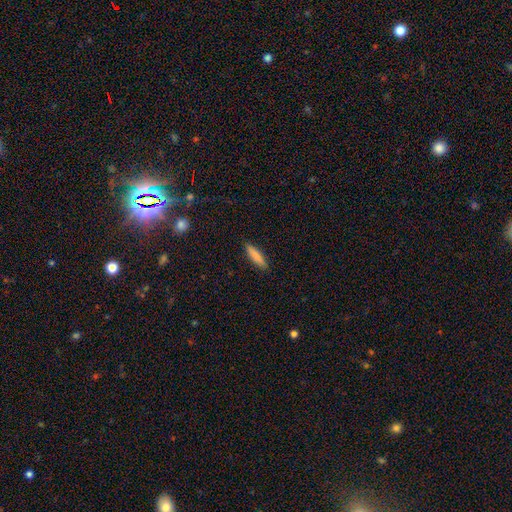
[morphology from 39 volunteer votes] Q: Smooth or featured?
A: smooth (74%); runner-up: featured or disk (18%)
Q: How rounded?
A: cigar-shaped (86%); runner-up: in between (14%)
Q: Merging?
A: none (89%); runner-up: minor disturbance (11%)